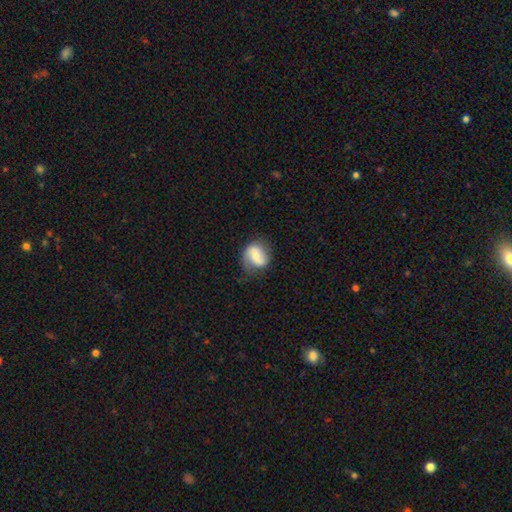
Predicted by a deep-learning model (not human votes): Smooth or featured? Predicted: featured or disk (p=0.53). Edge-on disk? Predicted: no (p=0.97). Bar? Predicted: weak (p=0.40). Spiral arms? Predicted: yes (p=0.82). Bulge size? Predicted: moderate (p=0.49). Merging? Predicted: none (p=0.62).